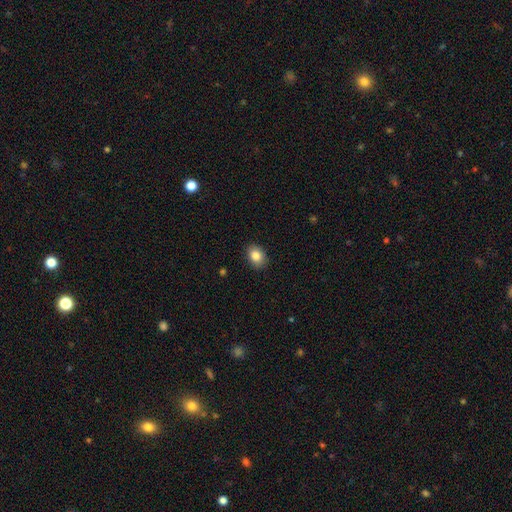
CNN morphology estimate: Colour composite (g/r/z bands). It shows a smooth galaxy with no disk features (86%) that is in between round and cigar-shaped (68%). Merging: none (88%).